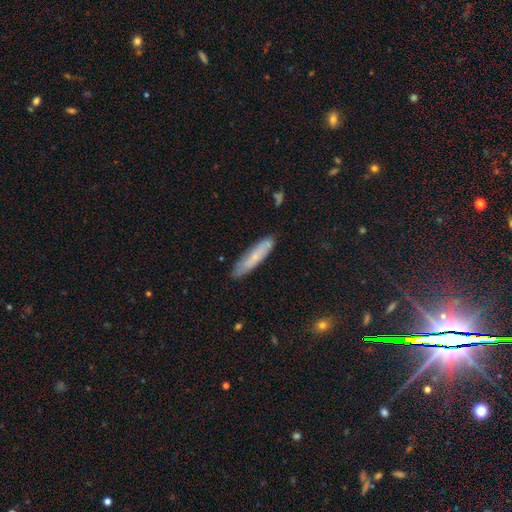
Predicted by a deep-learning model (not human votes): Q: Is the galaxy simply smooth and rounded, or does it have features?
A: smooth — 68%.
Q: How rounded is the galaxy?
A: cigar-shaped — 83%.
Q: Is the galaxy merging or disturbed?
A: none — 84%.